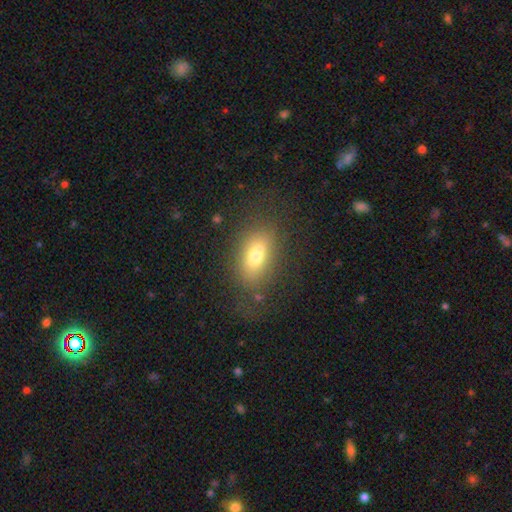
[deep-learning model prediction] smooth 70%, featured or disk 19%, star or artifact 11%. Down the decision tree: how rounded — in between (85%); merging — none (65%).